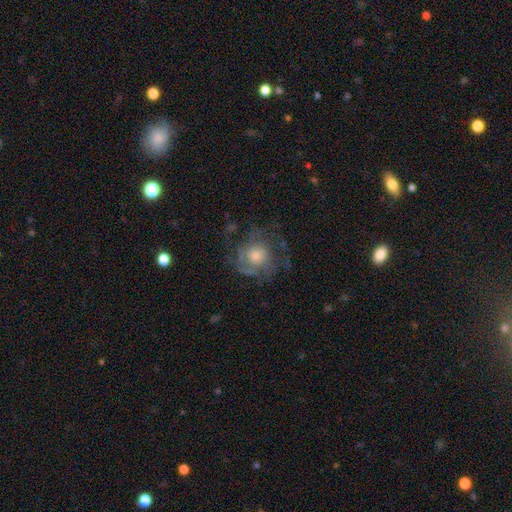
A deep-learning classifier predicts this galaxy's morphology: Q: Smooth or featured?
A: featured or disk (59%); runner-up: smooth (30%)
Q: Edge-on disk?
A: no (96%); runner-up: yes (4%)
Q: Bar?
A: no (83%); runner-up: weak (14%)
Q: Spiral arms?
A: yes (70%); runner-up: no (30%)
Q: Bulge size?
A: moderate (53%); runner-up: small (25%)
Q: Merging?
A: none (62%); runner-up: major disturbance (18%)